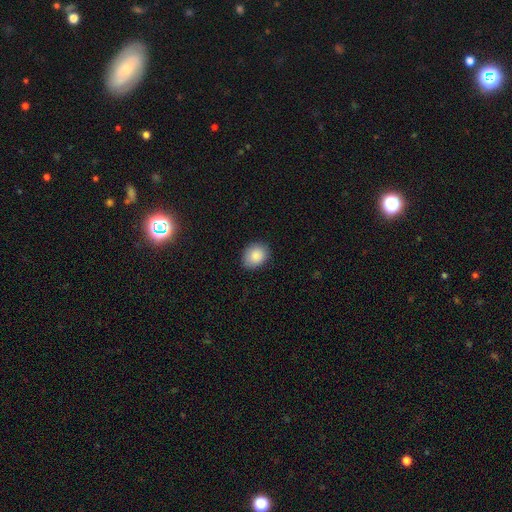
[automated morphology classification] Smooth or featured? smooth (87%)
How rounded? in between (50%)
Merging? none (84%)